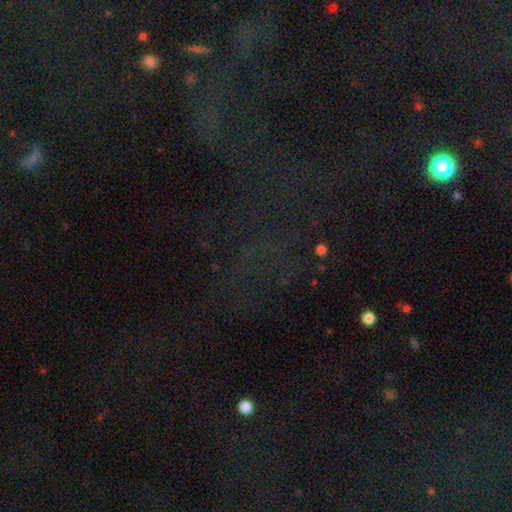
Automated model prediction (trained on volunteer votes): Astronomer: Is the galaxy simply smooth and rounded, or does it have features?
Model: star or artifact — 67%.